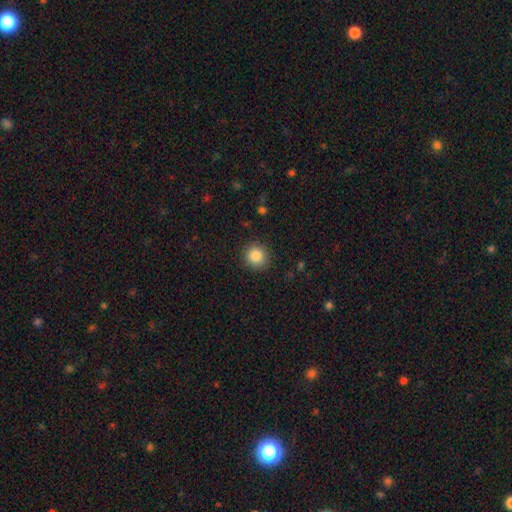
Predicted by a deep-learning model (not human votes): A smooth galaxy with no disk features (86%) that is round (92%).

Vote fractions:
- Smooth or featured? smooth: 86% / star or artifact: 10% / featured or disk: 5%
- How rounded? round: 92% / in between: 7% / cigar-shaped: 1%
- Merging? none: 90% / minor disturbance: 7% / major disturbance: 2% / merger: 1%